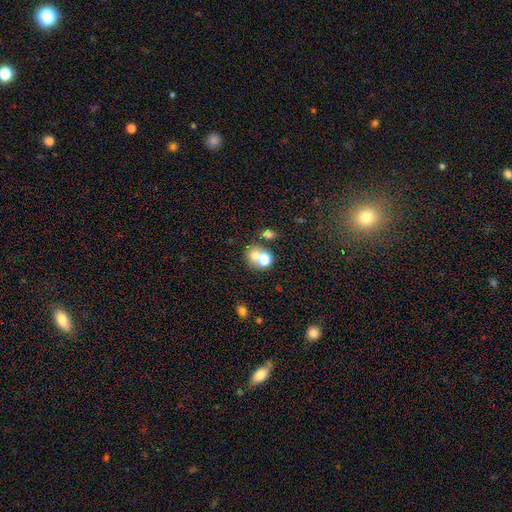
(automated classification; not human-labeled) This is likely a smooth galaxy (67%). How rounded: likely round (69%). Merging: possibly merger (51%).